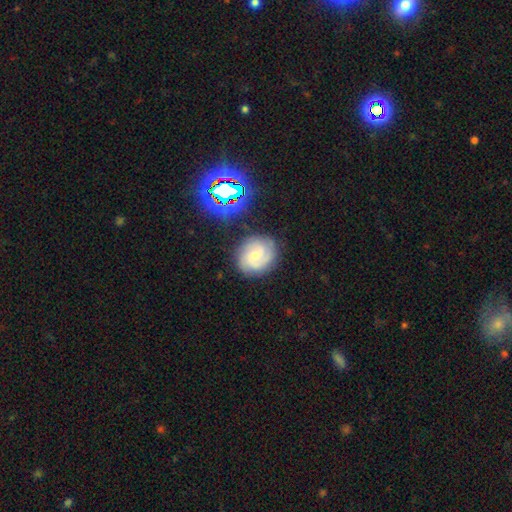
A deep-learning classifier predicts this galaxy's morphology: Overall: featured or disk (73%). Edge-on disk: no (98%). Bar: no (53%; weak 41%). Spiral arms: yes (95%). Spiral arm count: 2 (43%; 3 23%). Spiral winding: tight (54%; medium 37%). Bulge size: small (62%; moderate 32%). Merging: none (78%).